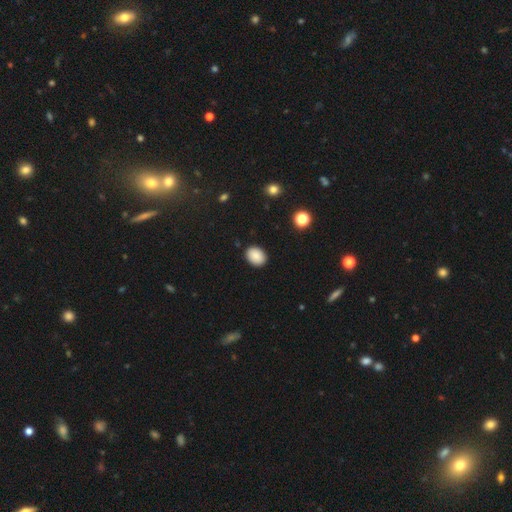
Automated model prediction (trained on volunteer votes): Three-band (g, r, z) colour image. It shows a smooth galaxy with no disk features (87%) that is in between round and cigar-shaped (66%). Merging: none (89%).